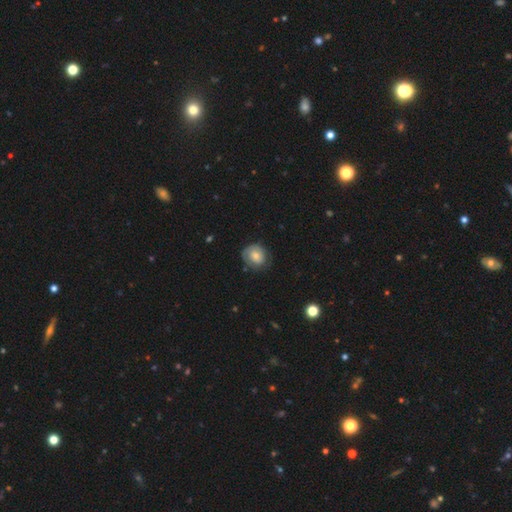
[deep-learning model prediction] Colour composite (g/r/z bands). It shows a smooth galaxy with no disk features (54%) that is round (69%). Merging: none (68%).